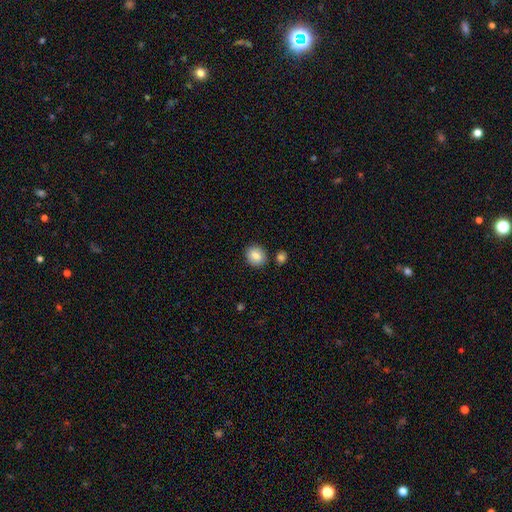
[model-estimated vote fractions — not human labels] Overall: smooth (86%). How rounded: round (67%; in between 32%). Merging: none (83%).